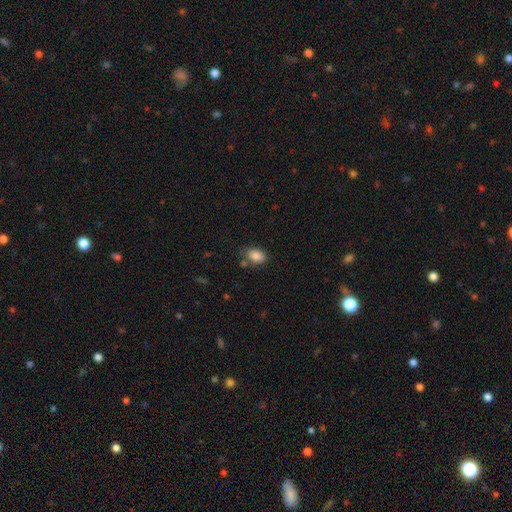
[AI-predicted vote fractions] The model was most divided on "merging": none: 73%, minor disturbance: 16%, merger: 6%, major disturbance: 4%. More confident: how rounded — in between (88%); smooth or featured — smooth (87%).